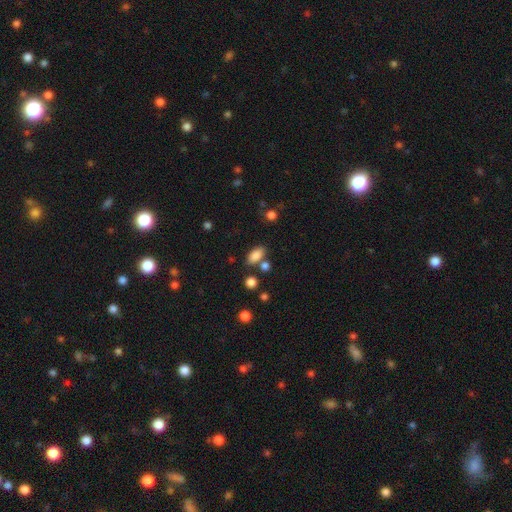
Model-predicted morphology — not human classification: A smooth galaxy with no disk features (85%) that is in between round and cigar-shaped (89%).

Vote fractions:
- Smooth or featured? smooth: 85% / star or artifact: 9% / featured or disk: 6%
- How rounded? in between: 89% / round: 6% / cigar-shaped: 5%
- Merging? none: 71% / merger: 13% / minor disturbance: 12% / major disturbance: 4%